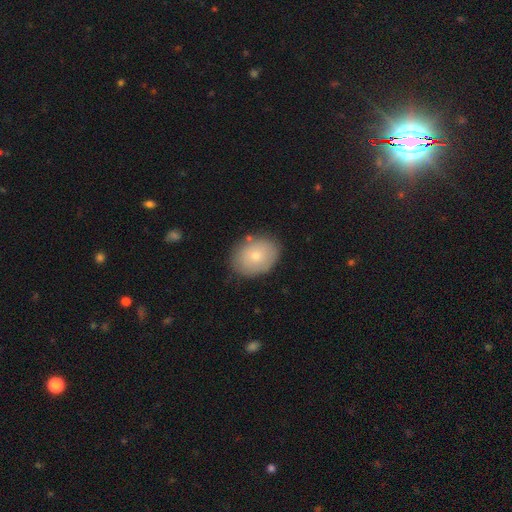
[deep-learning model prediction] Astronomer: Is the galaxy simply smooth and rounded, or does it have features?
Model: smooth — 71%.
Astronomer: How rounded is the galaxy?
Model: in between — 61% (runner-up: round, 38%).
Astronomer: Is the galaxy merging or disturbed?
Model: none — 81%.